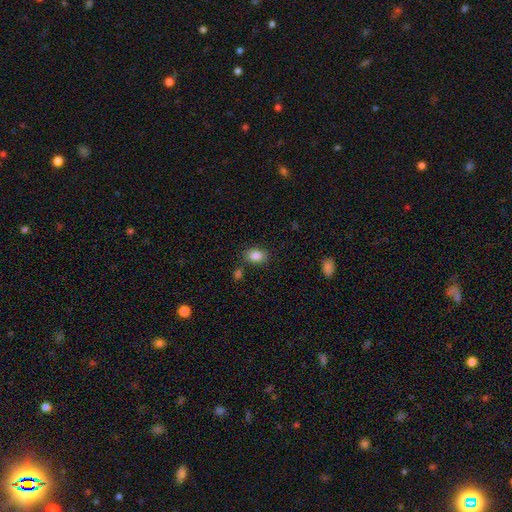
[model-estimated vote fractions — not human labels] Overall: smooth (85%). How rounded: in between (79%). Merging: none (80%).